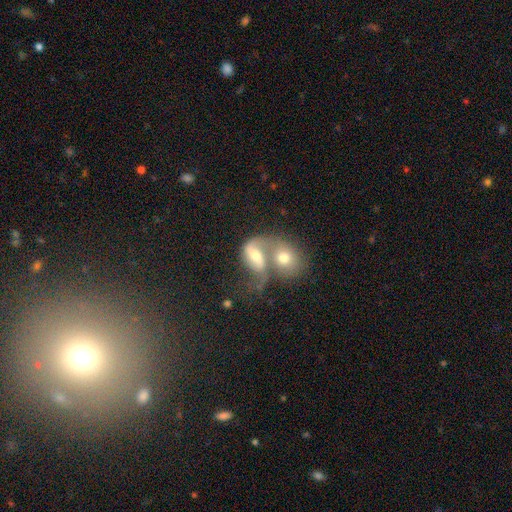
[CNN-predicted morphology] Smooth or featured: featured or disk — 53% (smooth — 39%)
Edge-on disk: no — 95% (yes — 5%)
Bar: no — 42% (weak — 38%)
Spiral arms: yes — 73% (no — 27%)
Bulge size: moderate — 65% (small — 19%)
Merging: merger — 76% (none — 11%)